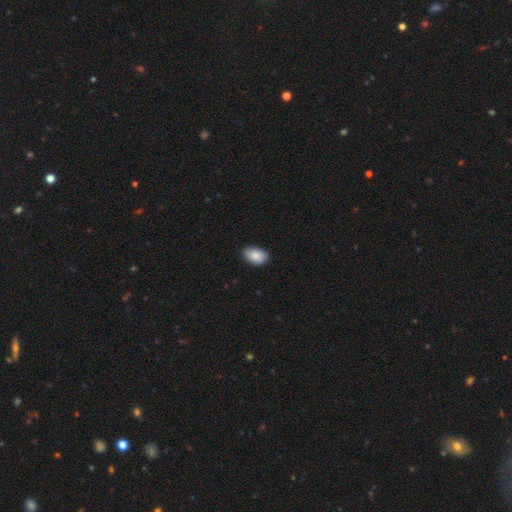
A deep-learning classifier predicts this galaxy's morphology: smooth_or_featured: smooth (p=0.85) [alt: featured or disk p=0.08]
how_rounded: in between (p=0.91) [alt: round p=0.08]
merging: none (p=0.84) [alt: minor disturbance p=0.13]